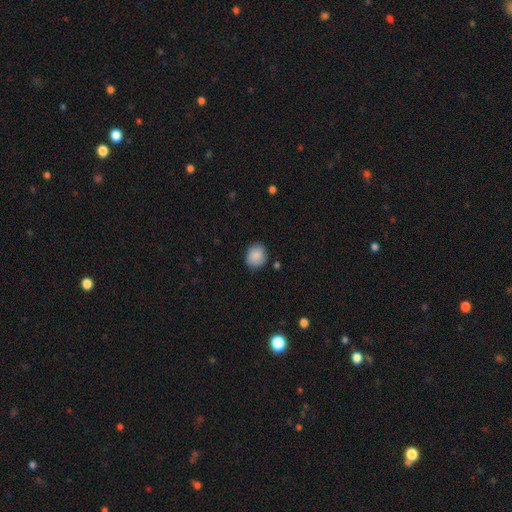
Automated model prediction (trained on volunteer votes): Smooth or featured?
  - smooth: 88% *
  - star or artifact: 7%
  - featured or disk: 5%
How rounded?
  - round: 71% *
  - in between: 28%
  - cigar-shaped: 1%
Merging?
  - none: 81% *
  - minor disturbance: 14%
  - major disturbance: 3%
  - merger: 2%